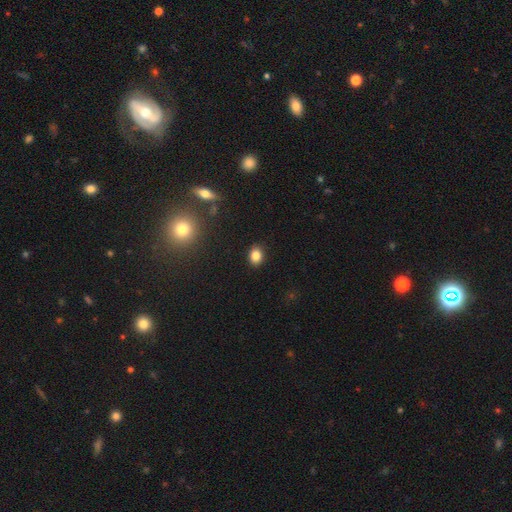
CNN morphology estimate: smooth_or_featured: smooth (p=0.83) [alt: star or artifact p=0.11]
how_rounded: in between (p=0.60) [alt: round p=0.39]
merging: none (p=0.88) [alt: minor disturbance p=0.09]